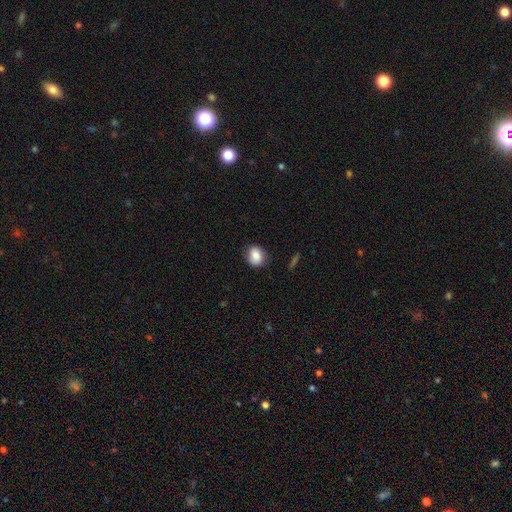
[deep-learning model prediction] This is clearly a smooth galaxy (83%). How rounded: possibly round (57%). Merging: clearly none (80%).